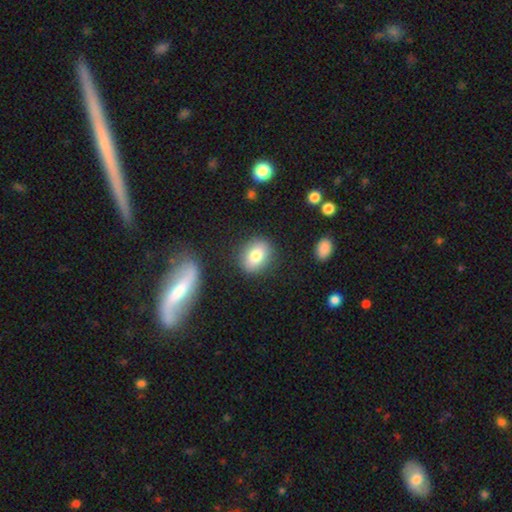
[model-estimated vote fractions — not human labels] Smooth or featured? smooth (79%)
How rounded? round (52%)
Merging? none (85%)